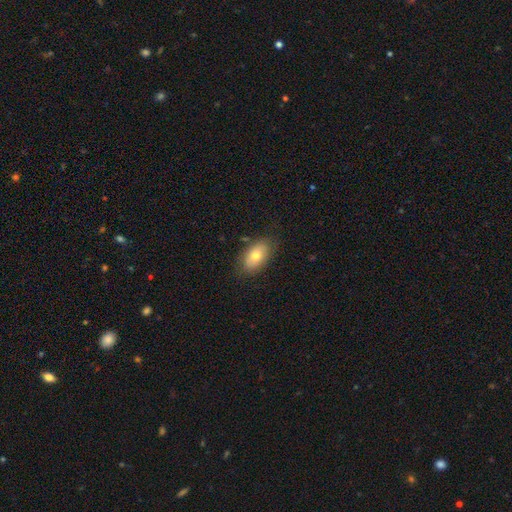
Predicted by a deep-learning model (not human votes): smooth_or_featured: smooth (p=0.71) [alt: featured or disk p=0.22]
how_rounded: in between (p=0.92) [alt: round p=0.06]
merging: none (p=0.81) [alt: minor disturbance p=0.14]